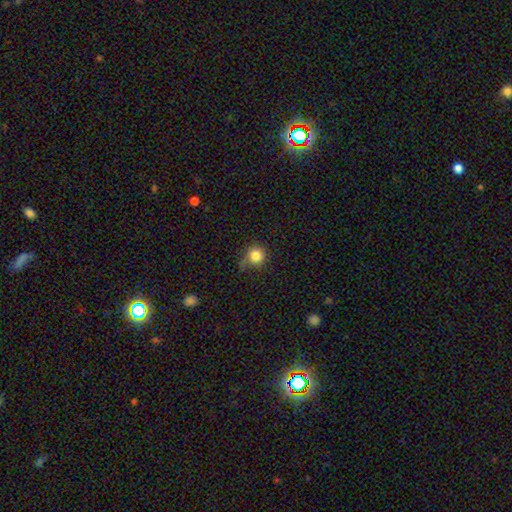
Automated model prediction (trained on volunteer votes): Q: Smooth or featured?
A: smooth (83%); runner-up: star or artifact (11%)
Q: How rounded?
A: round (92%); runner-up: in between (7%)
Q: Merging?
A: none (66%); runner-up: minor disturbance (24%)